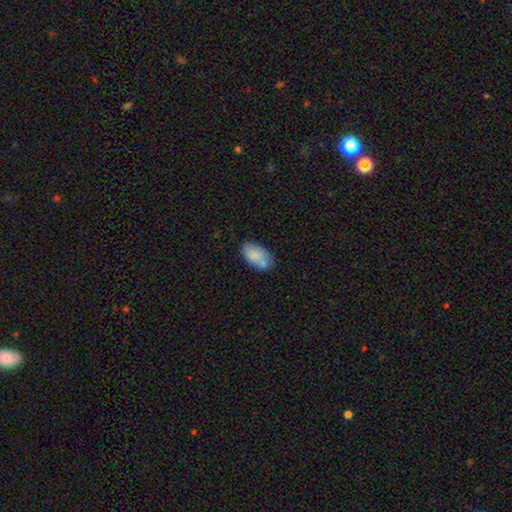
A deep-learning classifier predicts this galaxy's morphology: The model was most divided on "merging": none: 58%, minor disturbance: 20%, merger: 17%, major disturbance: 5%. More confident: how rounded — in between (93%); smooth or featured — smooth (81%).